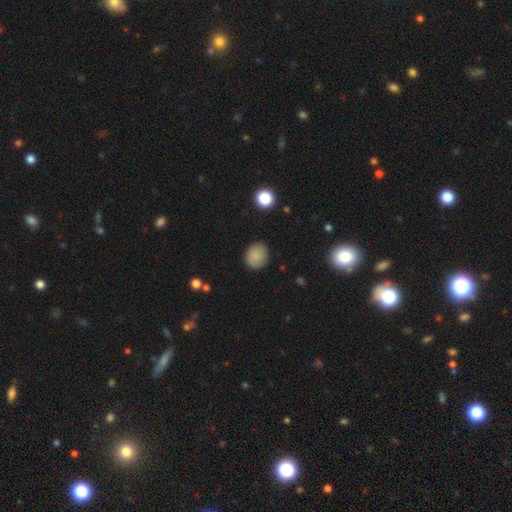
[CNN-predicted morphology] Overall: smooth (85%). How rounded: round (75%). Merging: none (86%).